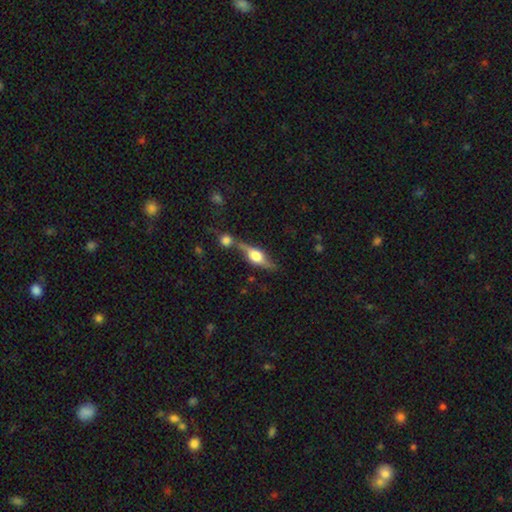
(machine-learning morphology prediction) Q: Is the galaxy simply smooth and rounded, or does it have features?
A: featured or disk — 68%.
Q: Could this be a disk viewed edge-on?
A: yes — 89%.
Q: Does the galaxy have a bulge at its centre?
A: rounded — 92%.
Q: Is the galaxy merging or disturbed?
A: none — 54%.